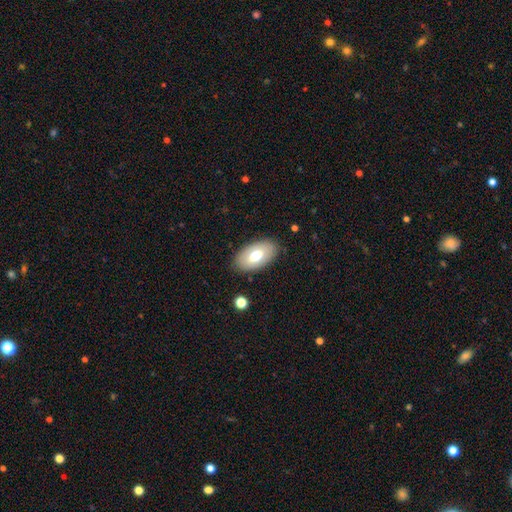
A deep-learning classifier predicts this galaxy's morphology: smooth-or-featured: smooth: 68% | featured or disk: 25% | star or artifact: 7%
  how-rounded: in between: 94% | round: 4% | cigar-shaped: 2%
  merging: none: 85% | minor disturbance: 11% | major disturbance: 3% | merger: 1%